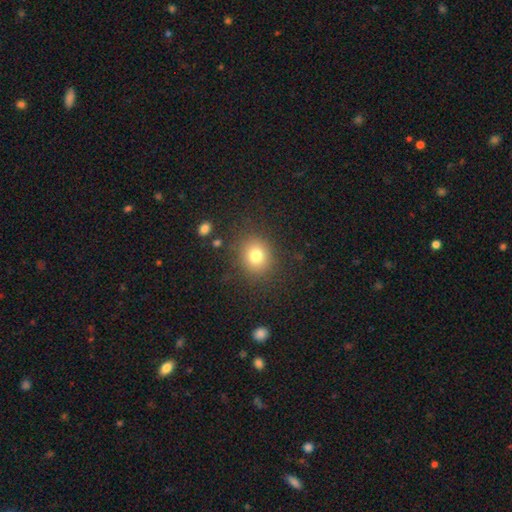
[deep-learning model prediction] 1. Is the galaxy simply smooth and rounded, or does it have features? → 78% smooth, 13% star or artifact, 9% featured or disk.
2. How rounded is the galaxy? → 76% round, 23% in between, 1% cigar-shaped.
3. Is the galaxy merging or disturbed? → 85% none, 9% minor disturbance, 4% major disturbance, 2% merger.